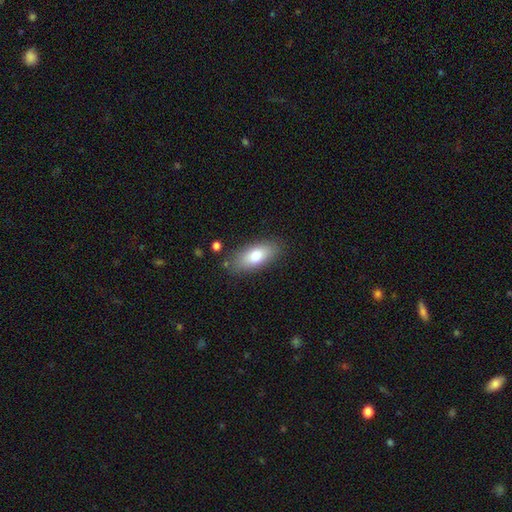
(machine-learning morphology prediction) A smooth galaxy with no disk features (76%) that is in between round and cigar-shaped (84%). Merging: none (82%).